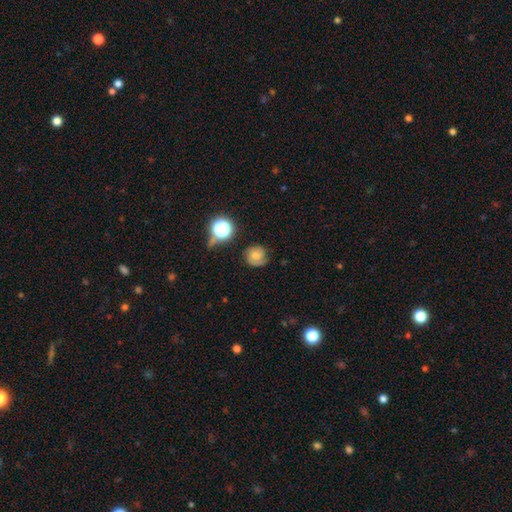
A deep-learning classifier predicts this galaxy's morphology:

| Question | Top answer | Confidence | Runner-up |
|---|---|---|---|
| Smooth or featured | smooth | 45% | featured or disk (42%) |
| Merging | none | 64% | minor disturbance (24%) |